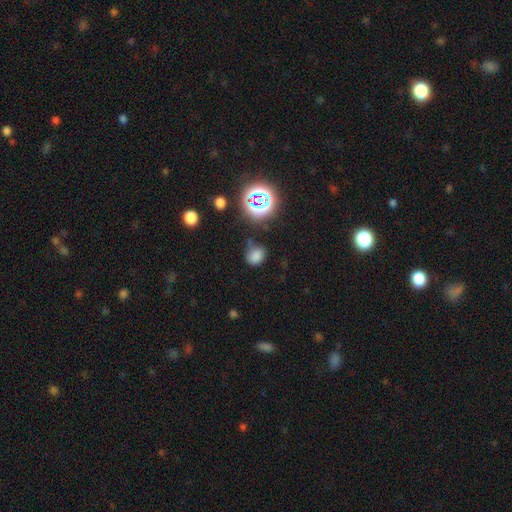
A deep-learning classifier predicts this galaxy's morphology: Smooth or featured? Predicted: smooth (p=0.70). How rounded? Predicted: round (p=0.57). Merging? Predicted: none (p=0.61).